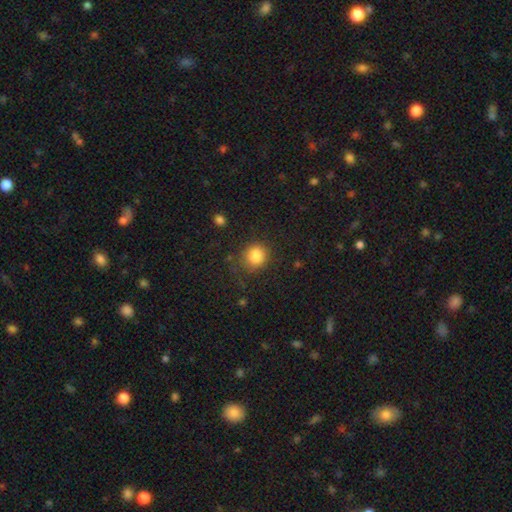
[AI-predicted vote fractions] A smooth galaxy with no disk features (85%) that is round (76%).

Vote fractions:
- Smooth or featured? smooth: 85% / star or artifact: 10% / featured or disk: 5%
- How rounded? round: 76% / in between: 23% / cigar-shaped: 1%
- Merging? none: 74% / minor disturbance: 17% / major disturbance: 7% / merger: 2%